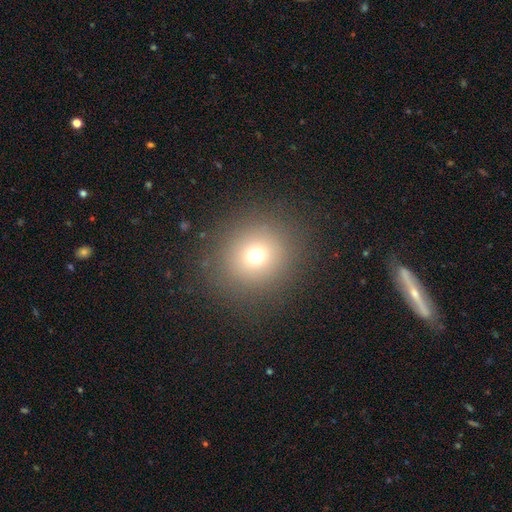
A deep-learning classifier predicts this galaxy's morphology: Smooth or featured: smooth — 70% (star or artifact — 19%)
How rounded: round — 89% (in between — 10%)
Merging: none — 88% (minor disturbance — 7%)